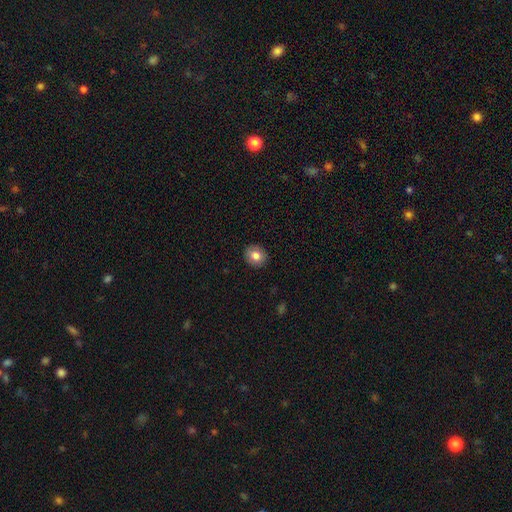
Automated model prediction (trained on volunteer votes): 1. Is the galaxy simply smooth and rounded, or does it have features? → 81% smooth, 10% featured or disk, 9% star or artifact.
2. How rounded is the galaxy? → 79% round, 20% in between, 1% cigar-shaped.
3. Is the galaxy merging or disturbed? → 90% none, 7% minor disturbance, 2% major disturbance, 1% merger.